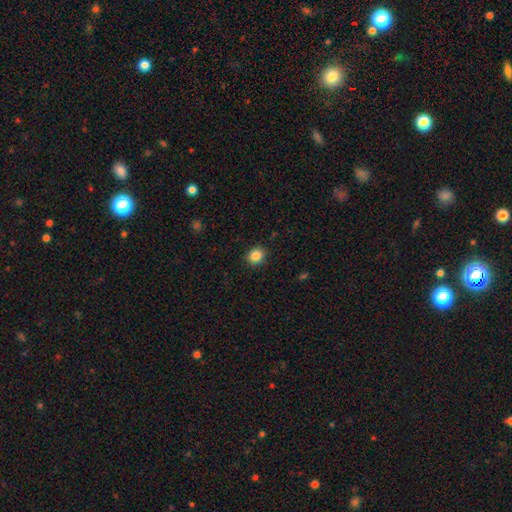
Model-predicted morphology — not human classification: Overall: smooth (85%). How rounded: round (82%). Merging: none (91%).